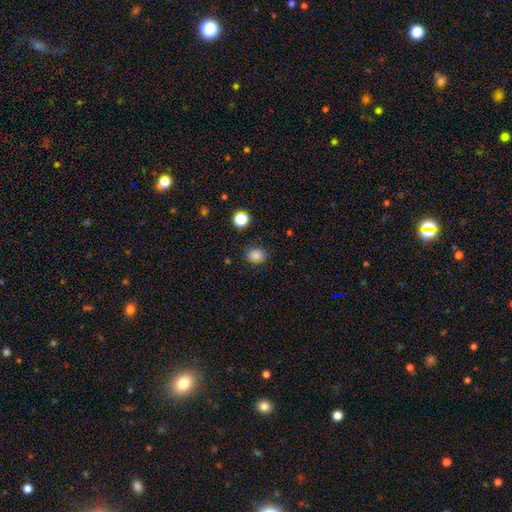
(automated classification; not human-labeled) A smooth galaxy with no disk features (82%) that is round (58%). Merging: none (81%).